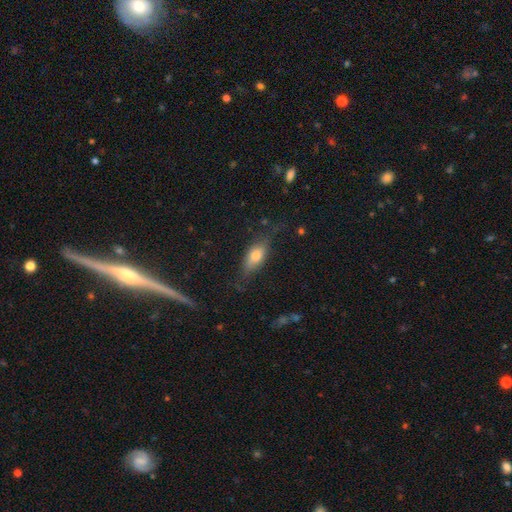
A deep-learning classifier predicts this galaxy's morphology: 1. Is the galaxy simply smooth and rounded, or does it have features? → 68% smooth, 25% featured or disk, 8% star or artifact.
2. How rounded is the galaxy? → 78% in between, 16% cigar-shaped, 5% round.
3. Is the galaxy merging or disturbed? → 66% none, 23% minor disturbance, 9% major disturbance, 2% merger.